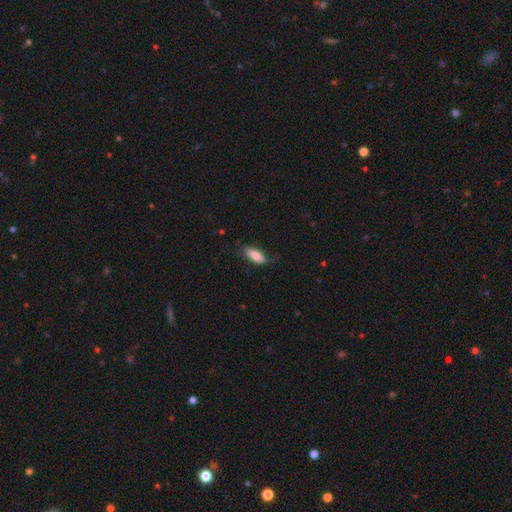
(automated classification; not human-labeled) smooth 78%, featured or disk 16%, star or artifact 6%. Down the decision tree: how rounded — in between (71%); merging — none (72%).